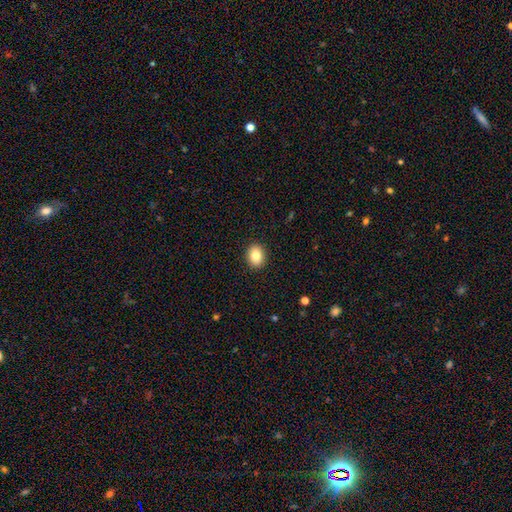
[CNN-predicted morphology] Q: Smooth or featured?
A: smooth (83%); runner-up: star or artifact (9%)
Q: How rounded?
A: in between (54%); runner-up: round (45%)
Q: Merging?
A: none (91%); runner-up: minor disturbance (6%)